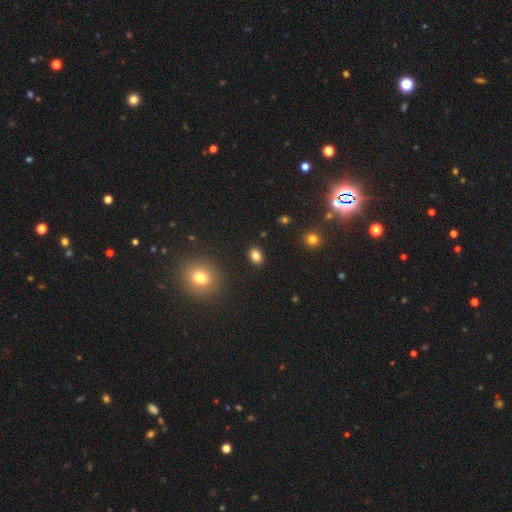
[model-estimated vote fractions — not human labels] Smooth or featured: smooth — 82% (star or artifact — 11%)
How rounded: in between — 75% (round — 23%)
Merging: none — 89% (minor disturbance — 8%)